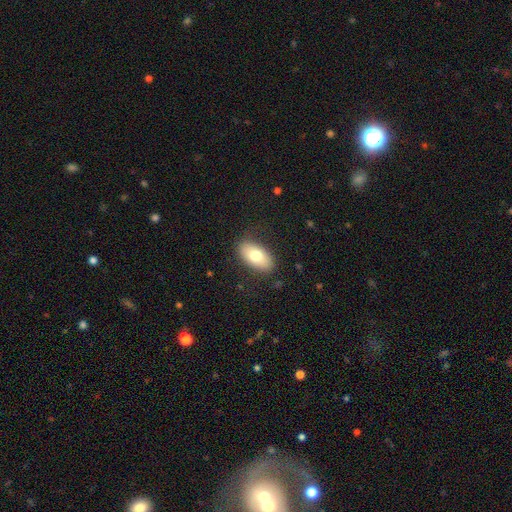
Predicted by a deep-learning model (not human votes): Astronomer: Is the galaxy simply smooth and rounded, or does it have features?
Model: smooth — 75%.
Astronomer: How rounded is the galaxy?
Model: in between — 93%.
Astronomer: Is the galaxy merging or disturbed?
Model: none — 84%.